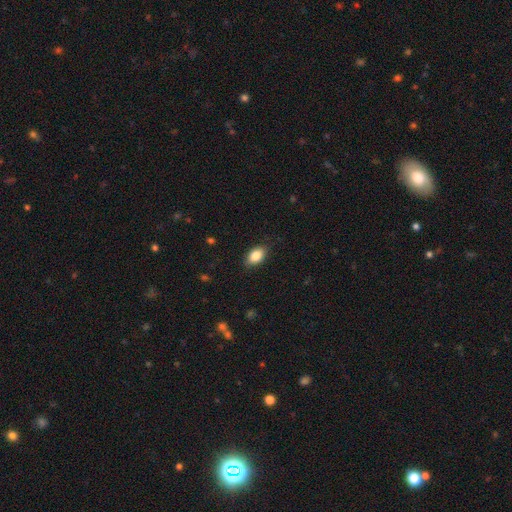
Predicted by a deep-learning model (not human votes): A smooth galaxy with no disk features (85%) that is in between round and cigar-shaped (88%).

Vote fractions:
- Smooth or featured? smooth: 85% / star or artifact: 7% / featured or disk: 7%
- How rounded? in between: 88% / round: 10% / cigar-shaped: 2%
- Merging? none: 86% / minor disturbance: 11% / major disturbance: 2% / merger: 1%